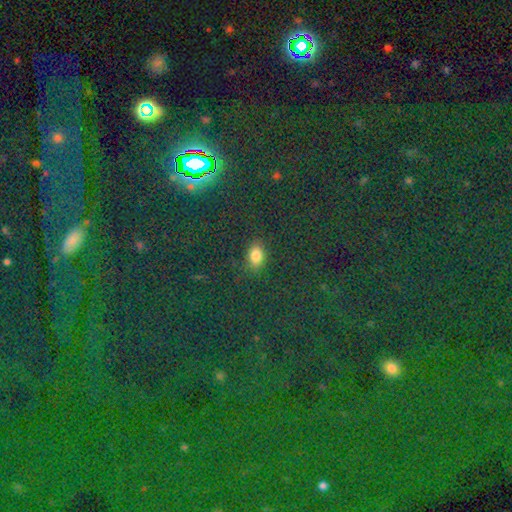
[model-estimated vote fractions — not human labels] smooth 74%, star or artifact 19%, featured or disk 7%. Down the decision tree: how rounded — in between (83%); merging — none (84%).